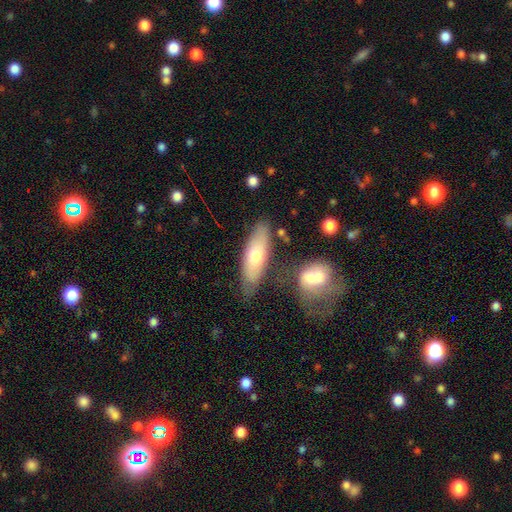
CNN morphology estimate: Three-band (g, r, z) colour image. It shows a smooth galaxy with no disk features (63%) that is in between round and cigar-shaped (58%). Merging: none (69%).